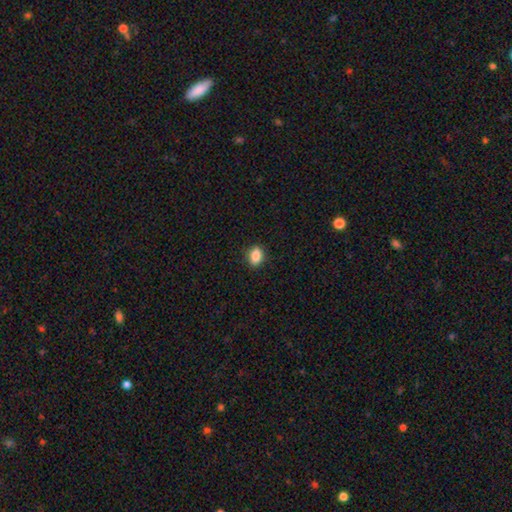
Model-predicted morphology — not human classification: This is clearly a smooth galaxy (87%). How rounded: likely in between (77%). Merging: clearly none (89%).